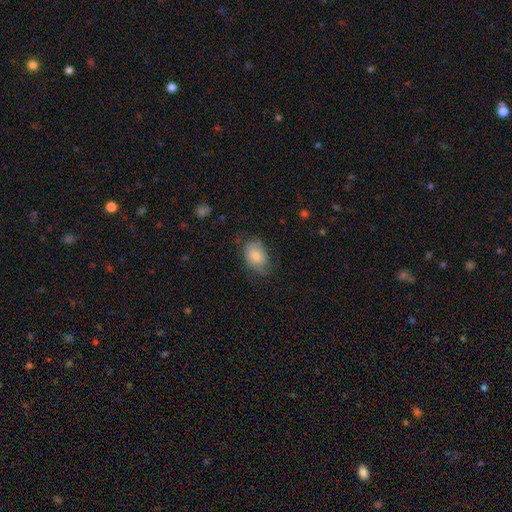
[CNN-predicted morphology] smooth_or_featured: smooth (p=0.70) [alt: featured or disk p=0.22]
how_rounded: in between (p=0.80) [alt: round p=0.19]
merging: none (p=0.60) [alt: minor disturbance p=0.29]